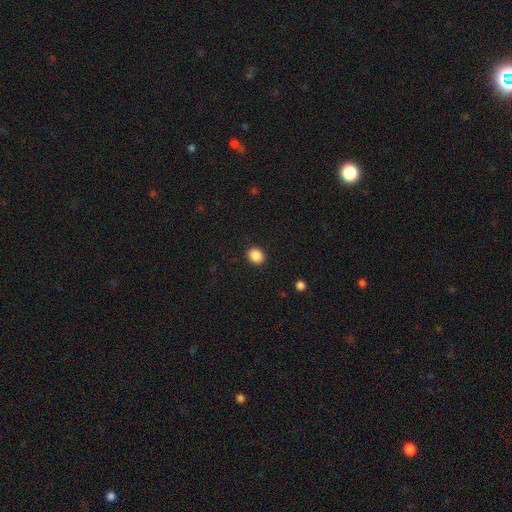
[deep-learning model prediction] The model was most divided on "how rounded": round: 67%, in between: 32%, cigar-shaped: 1%. More confident: merging — none (91%); smooth or featured — smooth (88%).